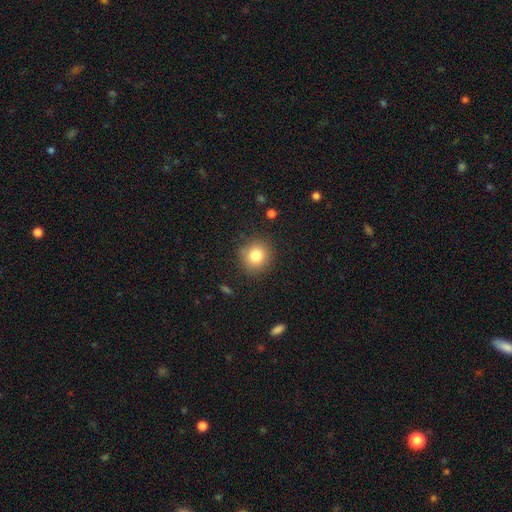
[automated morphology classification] Smooth or featured? Predicted: smooth (p=0.82). How rounded? Predicted: round (p=0.89). Merging? Predicted: none (p=0.86).